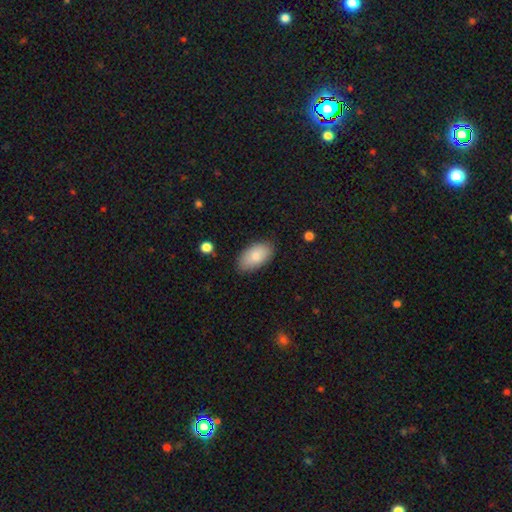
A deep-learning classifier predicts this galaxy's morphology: type=smooth (83%); roundness=in between (95%); merging=none (82%).